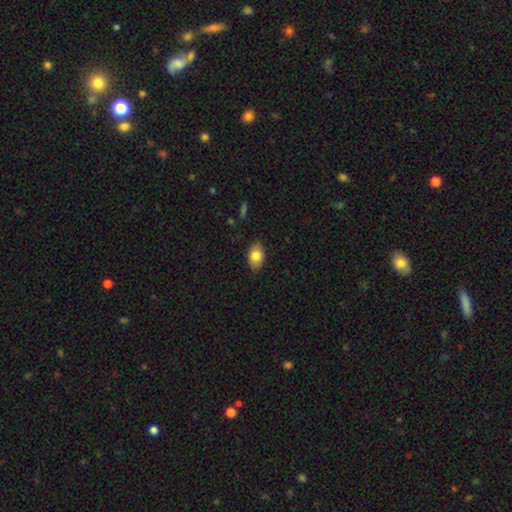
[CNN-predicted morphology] Overall: smooth (81%). How rounded: in between (87%). Merging: none (84%).